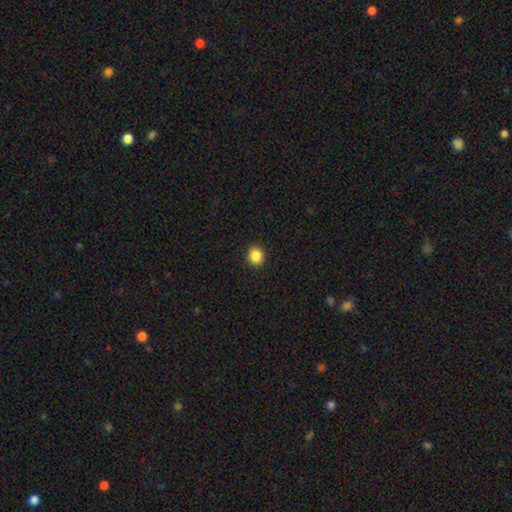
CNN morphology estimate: Q: Smooth or featured?
A: smooth (86%); runner-up: star or artifact (10%)
Q: How rounded?
A: round (72%); runner-up: in between (27%)
Q: Merging?
A: none (92%); runner-up: minor disturbance (5%)